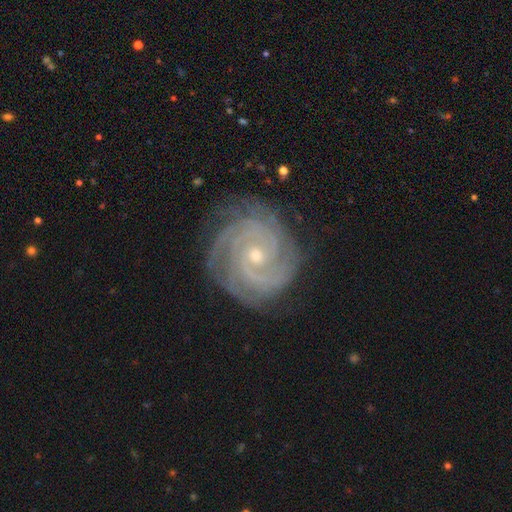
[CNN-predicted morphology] smooth_or_featured: featured or disk (p=0.91) [alt: star or artifact p=0.05]
disk_edge_on: no (p=0.98) [alt: yes p=0.02]
bar: no (p=0.70) [alt: weak p=0.23]
has_spiral_arms: yes (p=0.98) [alt: no p=0.02]
spiral_winding: tight (p=0.82) [alt: medium p=0.16]
spiral_arm_count: 3 (p=0.29) [alt: 4 p=0.20]
bulge_size: small (p=0.60) [alt: moderate p=0.37]
merging: none (p=0.80) [alt: minor disturbance p=0.15]